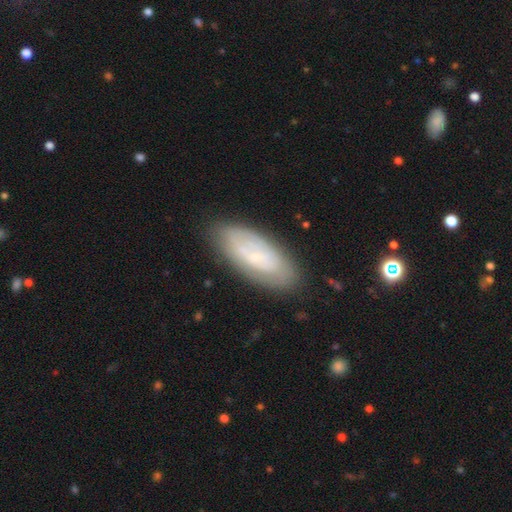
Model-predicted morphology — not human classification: Smooth or featured?
  - featured or disk: 57% *
  - smooth: 36%
  - star or artifact: 7%
Edge-on disk?
  - no: 89% *
  - yes: 11%
Bar?
  - no: 64% *
  - weak: 28%
  - strong: 8%
Spiral arms?
  - yes: 62% *
  - no: 38%
Bulge size?
  - small: 79% *
  - moderate: 15%
  - none: 4%
  - large: 1%
  - dominant: 1%
Merging?
  - none: 80% *
  - minor disturbance: 14%
  - major disturbance: 4%
  - merger: 2%